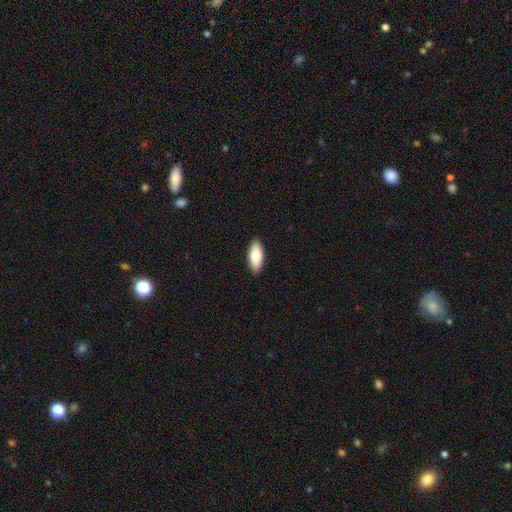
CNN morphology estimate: Overall: smooth (79%). How rounded: in between (83%). Merging: none (91%).